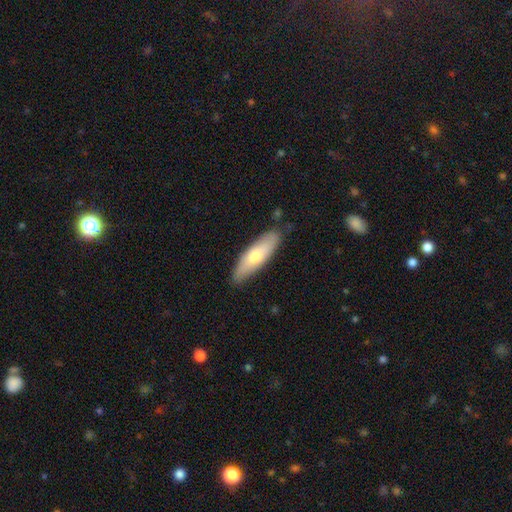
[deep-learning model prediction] A smooth galaxy with no disk features (65%) that is in between round and cigar-shaped (50%). Merging: none (84%).